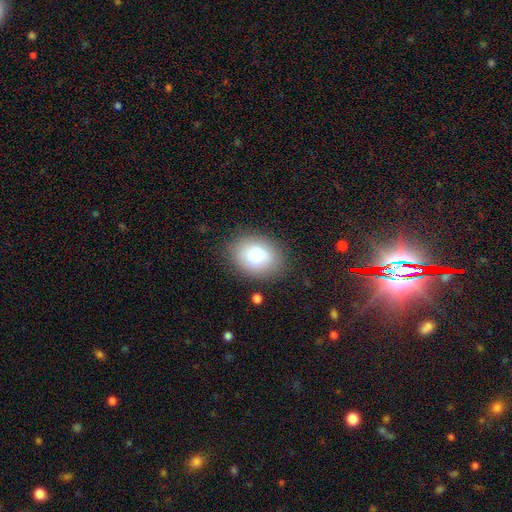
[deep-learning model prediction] Smooth or featured? smooth (74%)
How rounded? in between (60%)
Merging? none (70%)